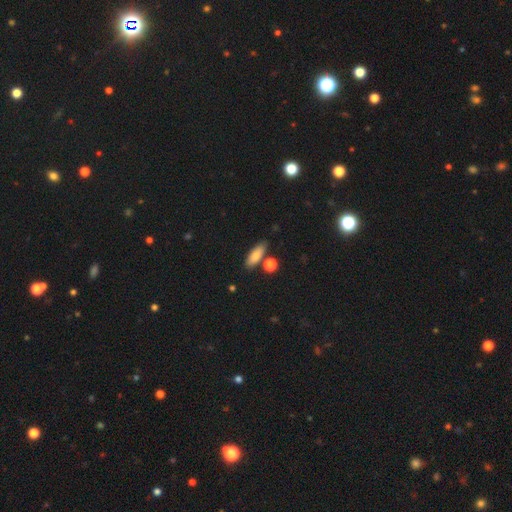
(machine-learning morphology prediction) The model was most divided on "how rounded": in between: 65%, cigar-shaped: 31%, round: 4%. More confident: smooth or featured — smooth (81%); merging — none (75%).